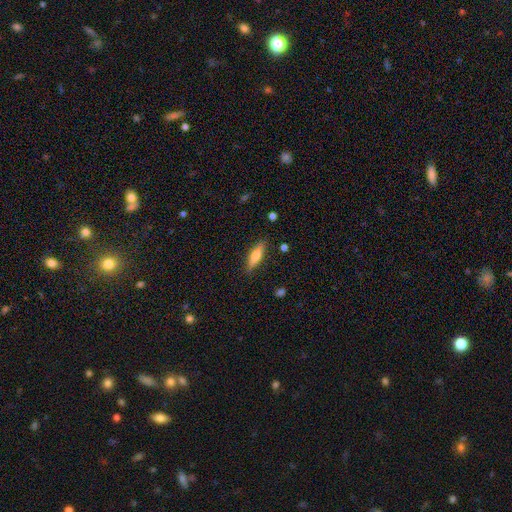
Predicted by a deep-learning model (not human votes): This is possibly a smooth galaxy (56%). How rounded: likely cigar-shaped (63%). Merging: clearly none (85%).